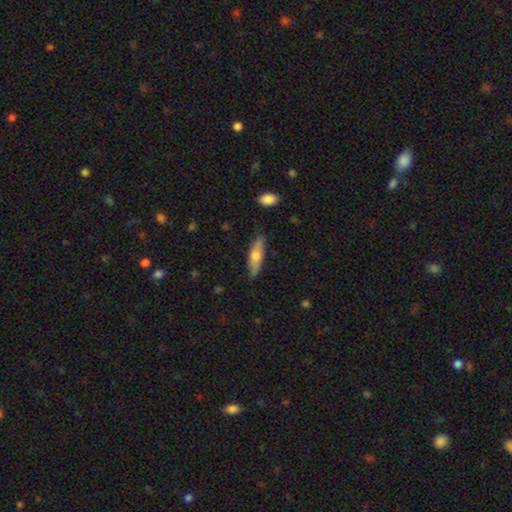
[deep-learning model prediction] smooth 63%, featured or disk 32%, star or artifact 6%. Down the decision tree: how rounded — cigar-shaped (57%); merging — none (81%).